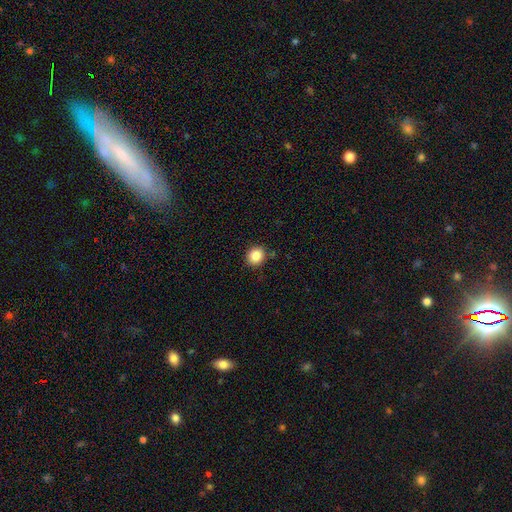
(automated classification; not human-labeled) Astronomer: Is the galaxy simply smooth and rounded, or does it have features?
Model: smooth — 86%.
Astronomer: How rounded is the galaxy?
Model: round — 85%.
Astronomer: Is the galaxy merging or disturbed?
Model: none — 87%.